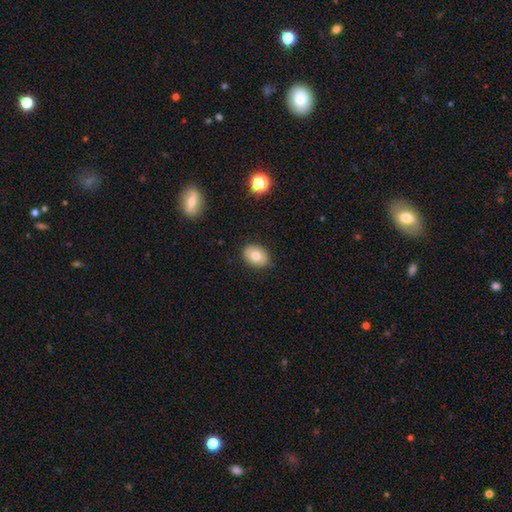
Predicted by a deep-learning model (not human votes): Q: Smooth or featured?
A: smooth (73%); runner-up: featured or disk (18%)
Q: How rounded?
A: in between (60%); runner-up: round (39%)
Q: Merging?
A: none (88%); runner-up: minor disturbance (9%)